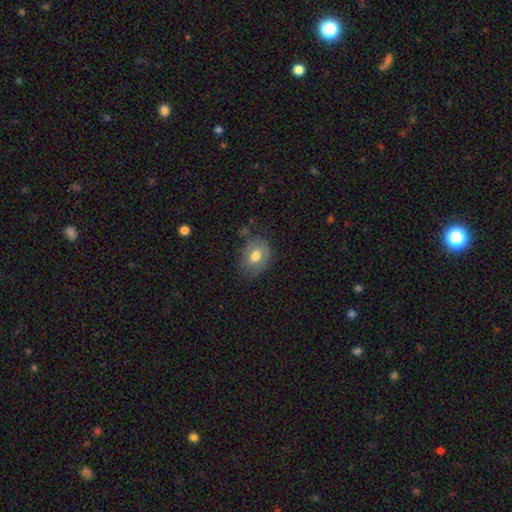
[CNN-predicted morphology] Smooth or featured?
  - smooth: 67% *
  - featured or disk: 25%
  - star or artifact: 8%
How rounded?
  - in between: 56% *
  - round: 43%
  - cigar-shaped: 1%
Merging?
  - none: 64% *
  - minor disturbance: 25%
  - major disturbance: 8%
  - merger: 3%